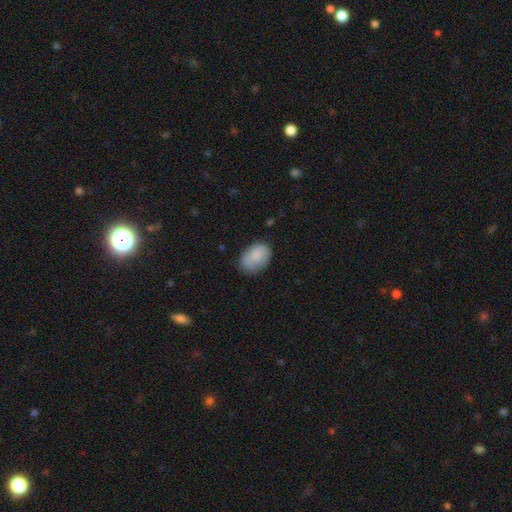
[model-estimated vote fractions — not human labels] Smooth or featured: smooth — 82% (featured or disk — 12%)
How rounded: in between — 82% (round — 17%)
Merging: none — 69% (minor disturbance — 24%)